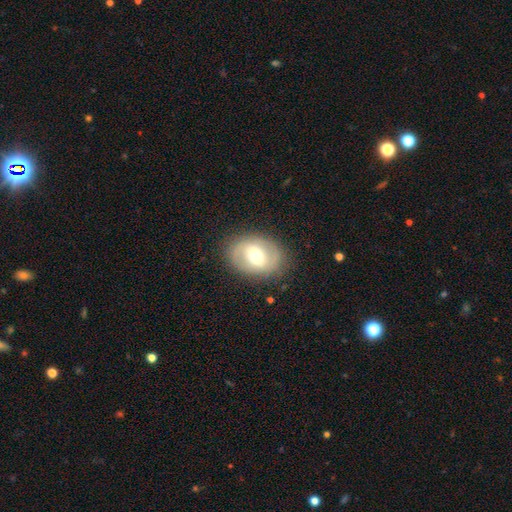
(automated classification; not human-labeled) This appears to be a featured or disk galaxy (51%). Merging: none (82%).